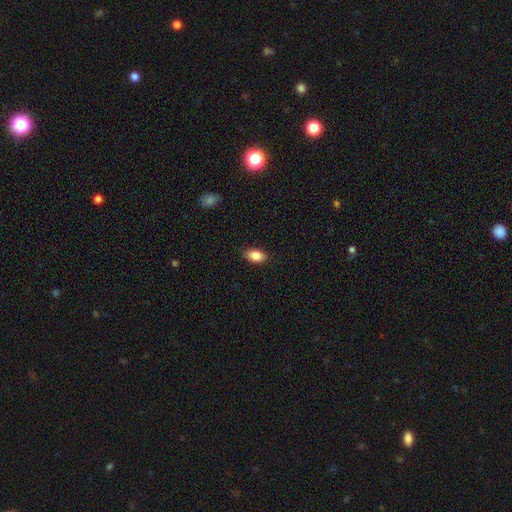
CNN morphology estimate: smooth-or-featured: smooth: 85% | star or artifact: 7% | featured or disk: 7%
  how-rounded: in between: 90% | round: 7% | cigar-shaped: 2%
  merging: none: 88% | minor disturbance: 9% | major disturbance: 2% | merger: 1%